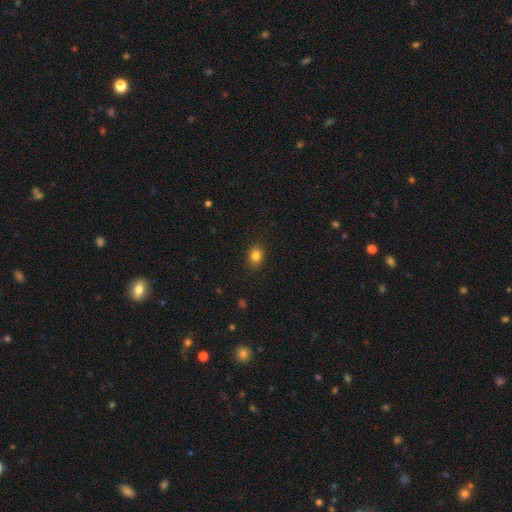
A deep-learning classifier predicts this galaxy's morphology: type=smooth (84%); roundness=in between (52%); merging=none (90%).